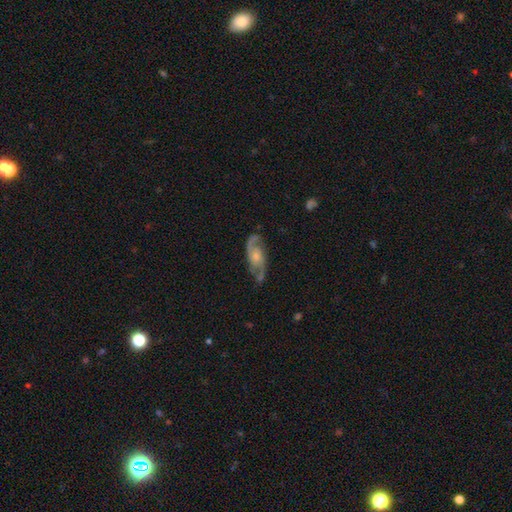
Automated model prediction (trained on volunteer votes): Smooth or featured? featured or disk (85%)
Edge-on disk? no (95%)
Bar? no (67%)
Spiral arms? yes (96%)
Spiral winding? medium (51%)
Spiral arm count? 2 (90%)
Bulge size? moderate (43%)
Merging? none (73%)